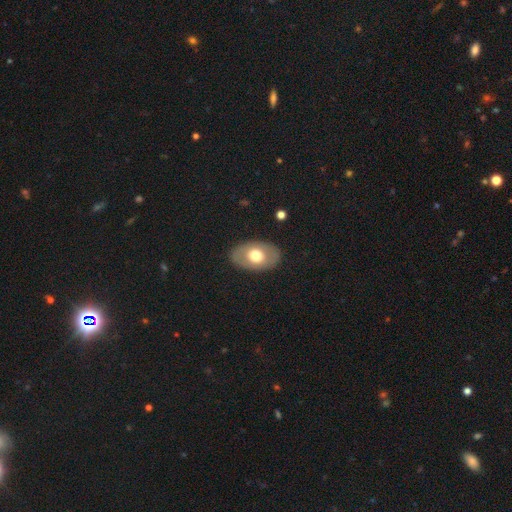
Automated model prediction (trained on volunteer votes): This is possibly a smooth galaxy (58%). How rounded: clearly in between (86%). Merging: clearly none (86%).